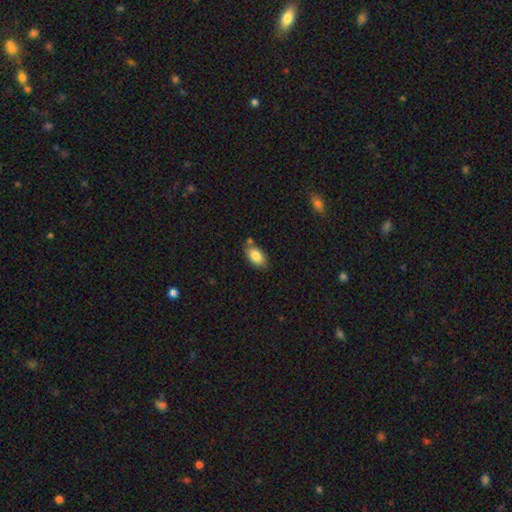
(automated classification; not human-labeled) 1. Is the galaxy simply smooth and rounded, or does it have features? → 84% smooth, 9% featured or disk, 7% star or artifact.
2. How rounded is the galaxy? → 92% in between, 5% round, 2% cigar-shaped.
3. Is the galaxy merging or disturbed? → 70% none, 17% minor disturbance, 10% merger, 3% major disturbance.